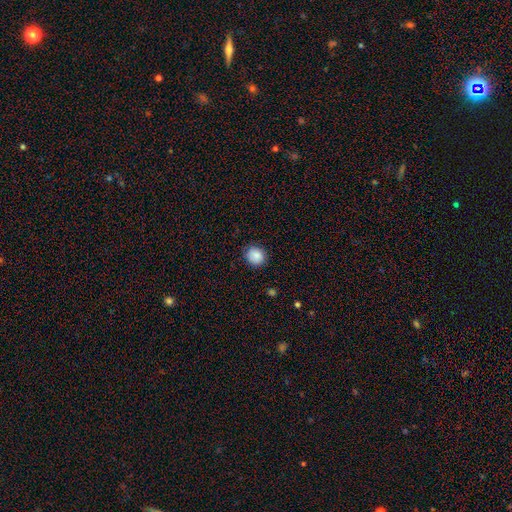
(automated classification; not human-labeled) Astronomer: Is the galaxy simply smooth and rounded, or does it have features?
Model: smooth — 87%.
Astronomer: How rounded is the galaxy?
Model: round — 80%.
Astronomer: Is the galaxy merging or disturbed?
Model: none — 86%.